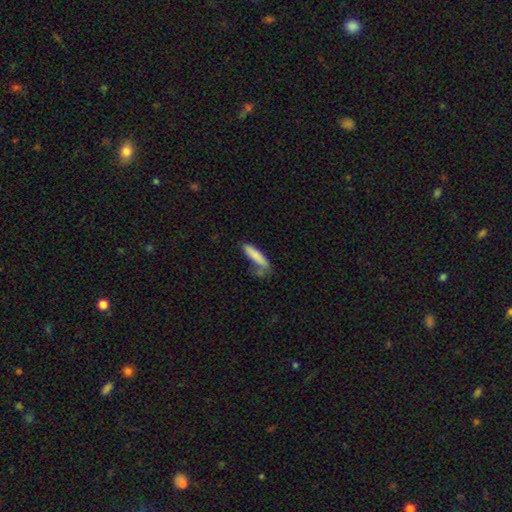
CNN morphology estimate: Smooth or featured: smooth — 82% (featured or disk — 12%)
How rounded: cigar-shaped — 78% (in between — 20%)
Merging: none — 58% (minor disturbance — 24%)